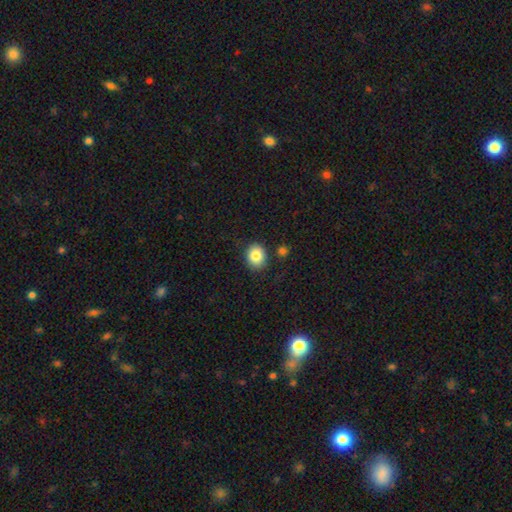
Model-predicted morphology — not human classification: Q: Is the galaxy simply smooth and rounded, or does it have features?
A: smooth — 84%.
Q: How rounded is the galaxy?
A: round — 62%.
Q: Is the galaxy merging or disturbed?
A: none — 83%.